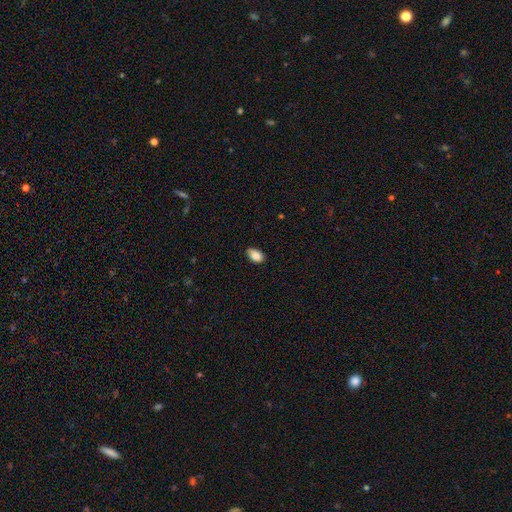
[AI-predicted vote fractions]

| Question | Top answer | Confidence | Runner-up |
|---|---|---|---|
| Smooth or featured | smooth | 88% | star or artifact (8%) |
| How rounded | in between | 91% | round (8%) |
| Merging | none | 78% | minor disturbance (18%) |